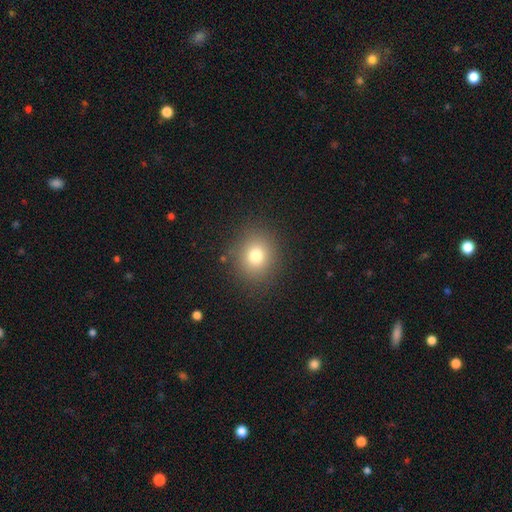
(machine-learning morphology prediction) smooth 77%, star or artifact 14%, featured or disk 9%. Down the decision tree: how rounded — round (74%); merging — none (87%).